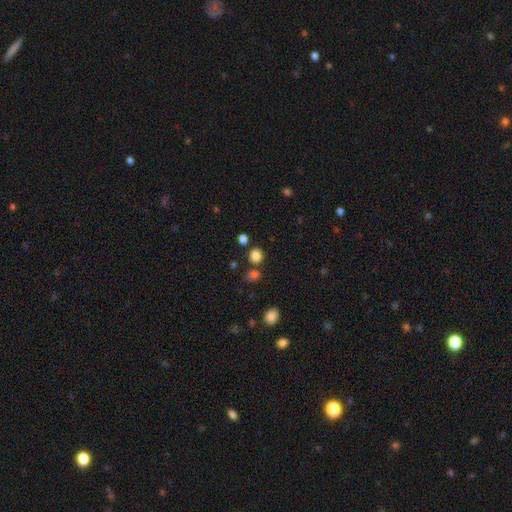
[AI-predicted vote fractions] Smooth or featured? Predicted: smooth (p=0.82). How rounded? Predicted: round (p=0.77). Merging? Predicted: none (p=0.75).